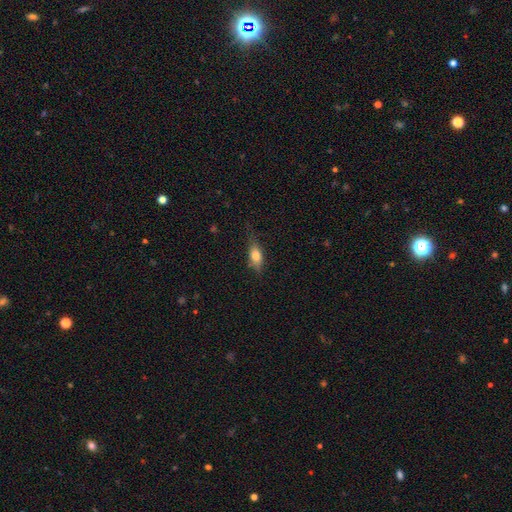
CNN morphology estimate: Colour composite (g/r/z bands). It shows a smooth galaxy with no disk features (72%) that is in between round and cigar-shaped (74%). Merging: none (66%).